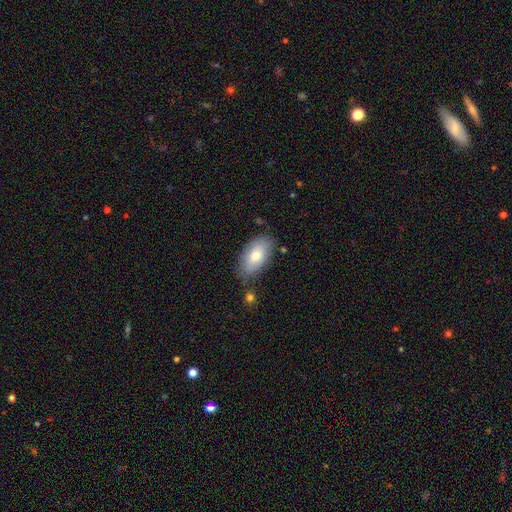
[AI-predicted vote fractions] A smooth galaxy with no disk features (74%) that is in between round and cigar-shaped (93%). Merging: none (76%).